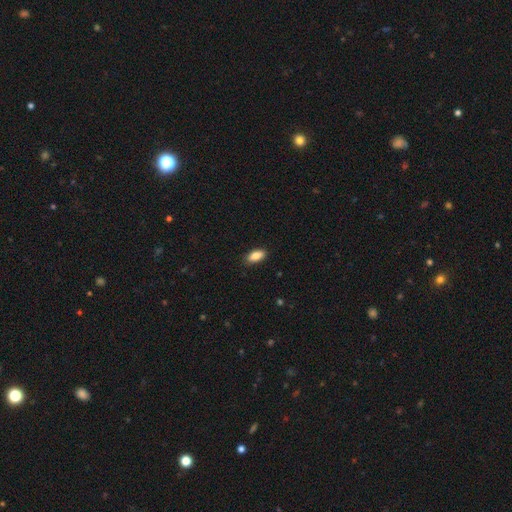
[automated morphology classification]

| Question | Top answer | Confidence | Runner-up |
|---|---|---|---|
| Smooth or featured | smooth | 86% | star or artifact (7%) |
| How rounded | in between | 89% | cigar-shaped (8%) |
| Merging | none | 87% | minor disturbance (10%) |